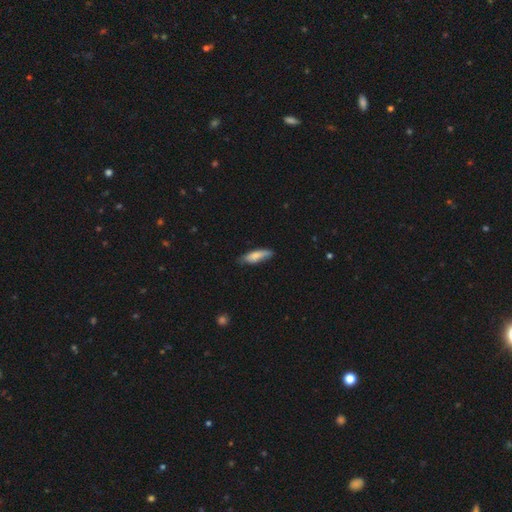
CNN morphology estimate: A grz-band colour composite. It shows a smooth galaxy with no disk features (77%) that is cigar-shaped (57%). Merging: none (72%).